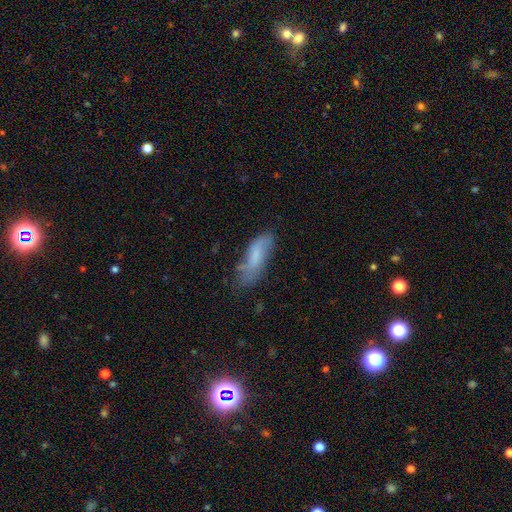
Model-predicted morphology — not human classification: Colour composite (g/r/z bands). It shows a smooth galaxy with no disk features (59%) that is in between round and cigar-shaped (58%). Merging: none (54%).